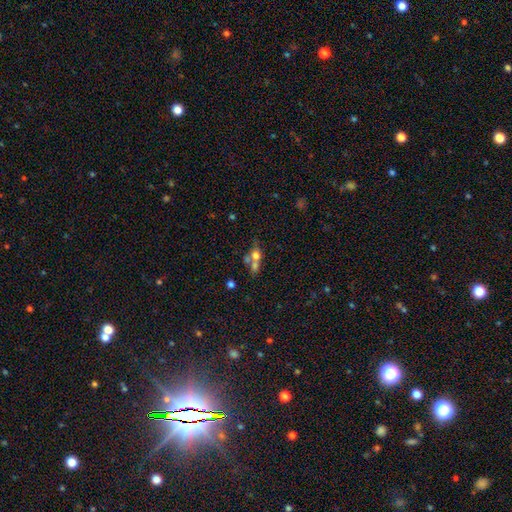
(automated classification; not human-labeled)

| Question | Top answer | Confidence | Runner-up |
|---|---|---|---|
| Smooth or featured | smooth | 60% | featured or disk (26%) |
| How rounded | round | 53% | in between (41%) |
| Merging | merger | 60% | none (26%) |